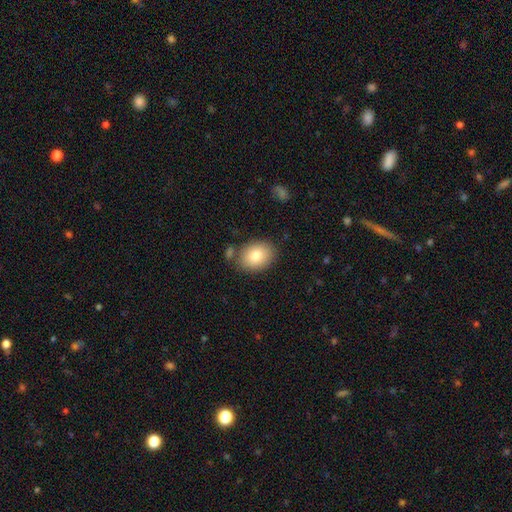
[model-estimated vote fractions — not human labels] A smooth galaxy with no disk features (81%) that is in between round and cigar-shaped (66%). Merging: none (79%).